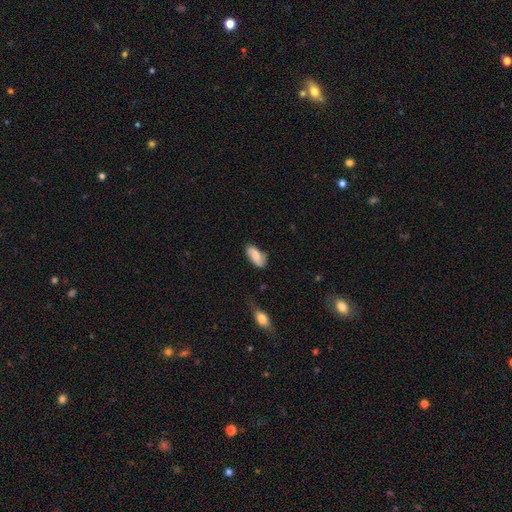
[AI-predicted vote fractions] This appears to be a smooth galaxy with no disk features (68%) that is in between round and cigar-shaped (90%). Merging: none (70%).